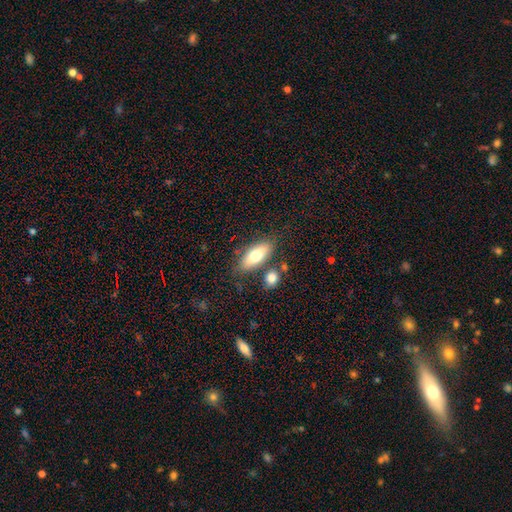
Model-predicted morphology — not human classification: The model was most divided on "smooth or featured": smooth: 71%, featured or disk: 22%, star or artifact: 7%. More confident: how rounded — in between (77%); merging — none (72%).